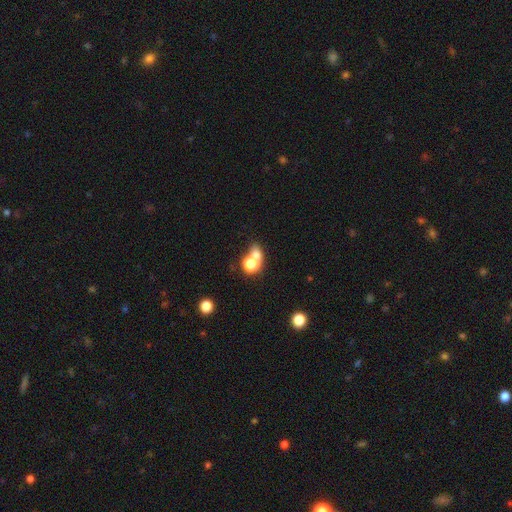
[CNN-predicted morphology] This appears to be a smooth galaxy with no disk features (69%) that is round (63%). Merging: merger (55%).